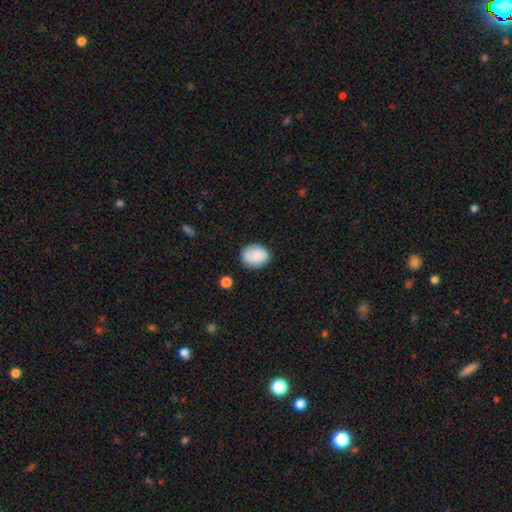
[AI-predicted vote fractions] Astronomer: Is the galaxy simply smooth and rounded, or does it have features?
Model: smooth — 82%.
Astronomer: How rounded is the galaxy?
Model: round — 52% (runner-up: in between, 47%).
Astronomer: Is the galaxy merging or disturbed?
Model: none — 74%.